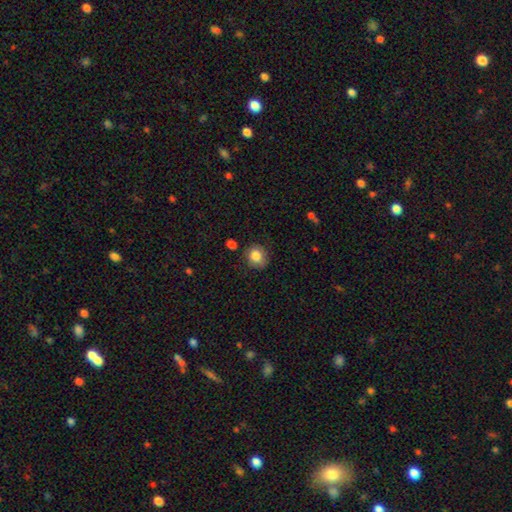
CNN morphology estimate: Smooth or featured? smooth (84%)
How rounded? round (75%)
Merging? none (77%)